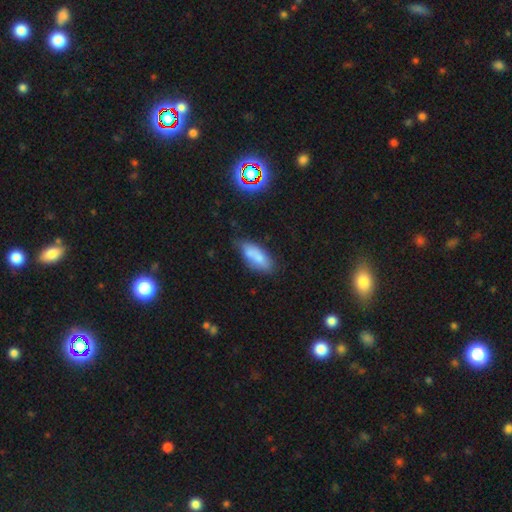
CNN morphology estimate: The model was most divided on "merging": none: 53%, minor disturbance: 30%, merger: 10%, major disturbance: 8%. More confident: how rounded — in between (82%); smooth or featured — smooth (73%).